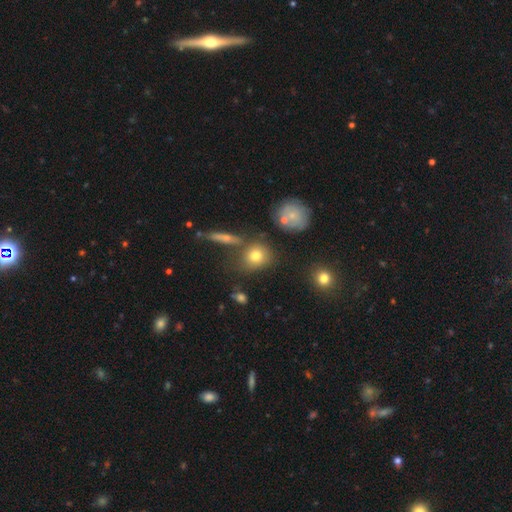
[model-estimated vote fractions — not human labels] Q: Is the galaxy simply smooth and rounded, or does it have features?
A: smooth — 74%.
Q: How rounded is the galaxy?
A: round — 71%.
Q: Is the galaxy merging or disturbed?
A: none — 66%.